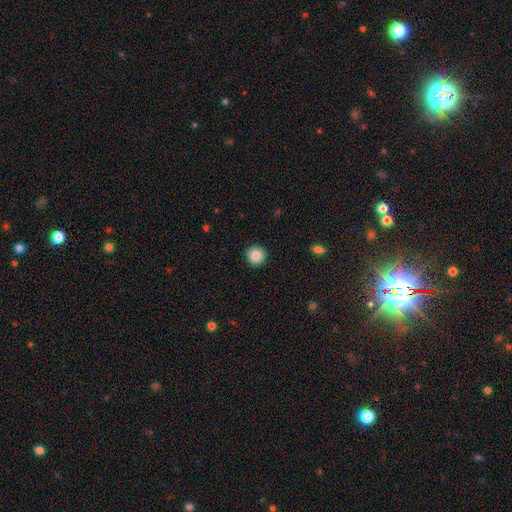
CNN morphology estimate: This is clearly a smooth galaxy (86%). How rounded: clearly round (95%). Merging: clearly none (93%).